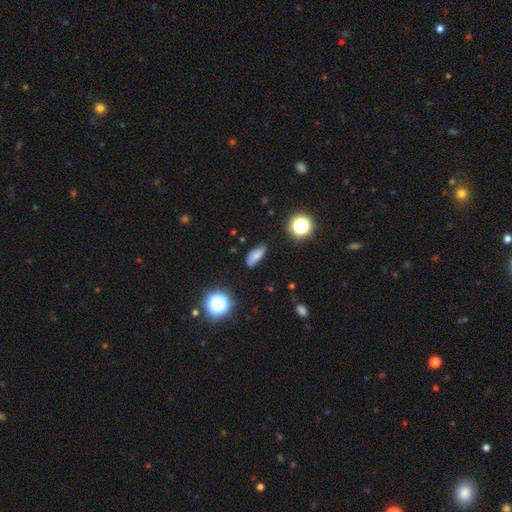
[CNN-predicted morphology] A smooth galaxy with no disk features (74%) that is in between round and cigar-shaped (74%).

Vote fractions:
- Smooth or featured? smooth: 74% / star or artifact: 14% / featured or disk: 13%
- How rounded? in between: 74% / cigar-shaped: 18% / round: 7%
- Merging? none: 69% / minor disturbance: 23% / major disturbance: 5% / merger: 2%